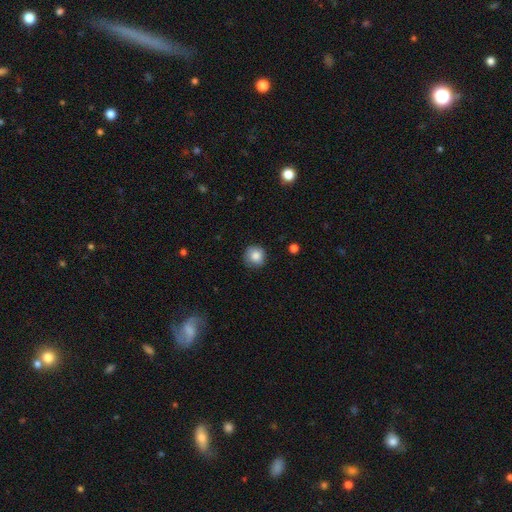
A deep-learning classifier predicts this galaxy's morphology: Smooth or featured? Predicted: smooth (p=0.84). How rounded? Predicted: round (p=0.90). Merging? Predicted: none (p=0.79).